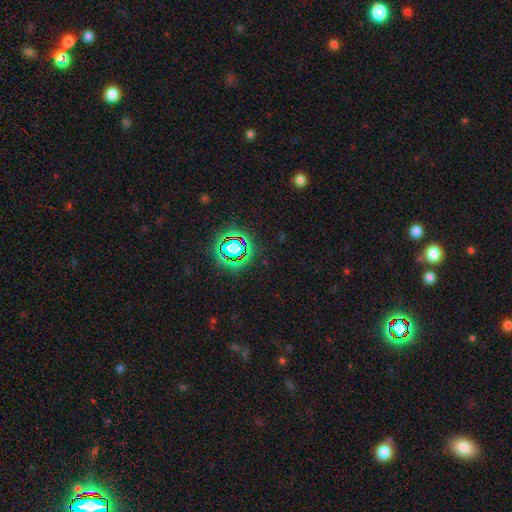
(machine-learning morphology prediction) Q: Smooth or featured?
A: star or artifact (76%); runner-up: smooth (15%)